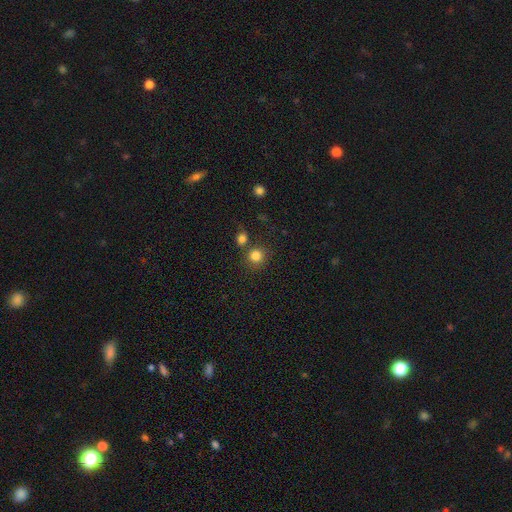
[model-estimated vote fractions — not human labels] Smooth or featured: smooth — 82% (star or artifact — 13%)
How rounded: round — 90% (in between — 9%)
Merging: none — 75% (merger — 14%)